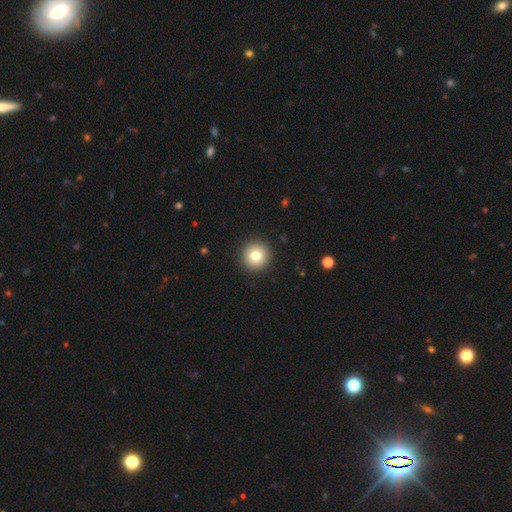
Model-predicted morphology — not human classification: smooth_or_featured: smooth (p=0.77) [alt: featured or disk p=0.12]
how_rounded: round (p=0.96) [alt: in between p=0.03]
merging: none (p=0.93) [alt: minor disturbance p=0.04]